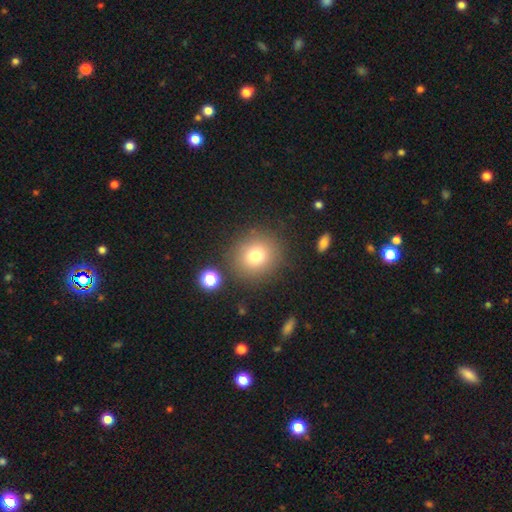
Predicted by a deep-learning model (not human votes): smooth 76%, star or artifact 13%, featured or disk 11%. Down the decision tree: how rounded — round (86%); merging — none (83%).